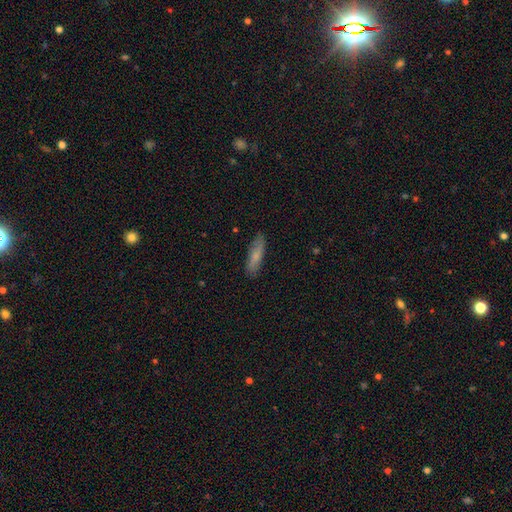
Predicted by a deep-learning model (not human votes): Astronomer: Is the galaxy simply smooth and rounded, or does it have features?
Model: smooth — 75%.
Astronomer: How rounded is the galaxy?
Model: cigar-shaped — 65%.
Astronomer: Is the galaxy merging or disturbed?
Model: none — 84%.